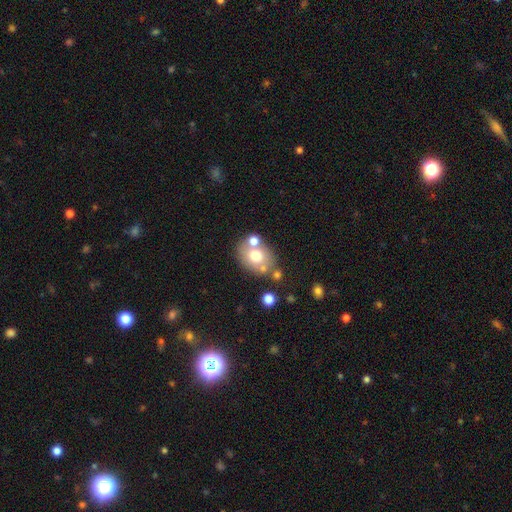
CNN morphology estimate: type=smooth (63%); roundness=in between (52%); merging=none (63%).